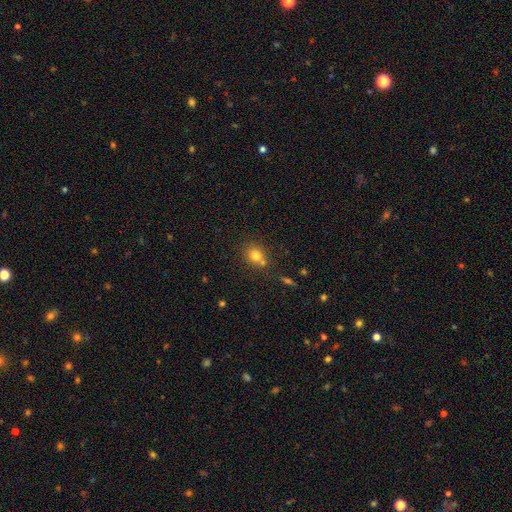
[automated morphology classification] A smooth galaxy with no disk features (78%) that is round (70%).

Vote fractions:
- Smooth or featured? smooth: 78% / star or artifact: 13% / featured or disk: 9%
- How rounded? round: 70% / in between: 29% / cigar-shaped: 1%
- Merging? none: 60% / merger: 26% / minor disturbance: 11% / major disturbance: 4%